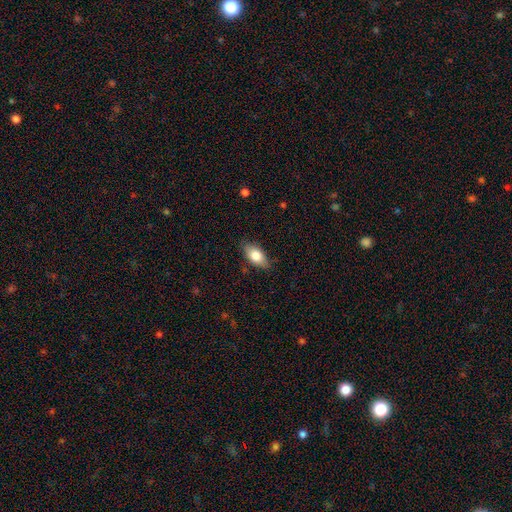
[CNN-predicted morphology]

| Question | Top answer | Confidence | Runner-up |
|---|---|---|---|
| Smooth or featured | smooth | 79% | featured or disk (14%) |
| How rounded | in between | 90% | cigar-shaped (5%) |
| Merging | none | 81% | minor disturbance (15%) |